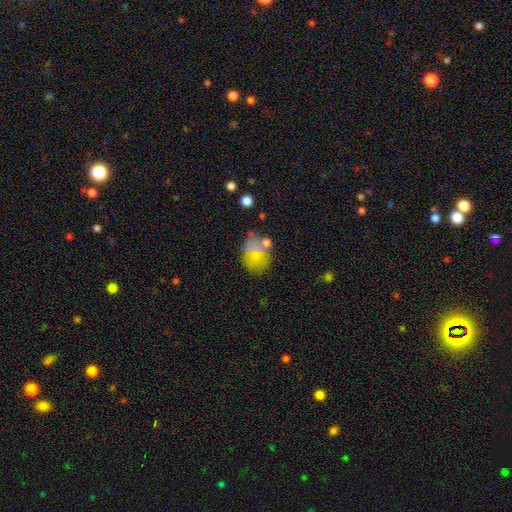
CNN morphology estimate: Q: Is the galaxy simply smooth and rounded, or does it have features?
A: smooth — 61%.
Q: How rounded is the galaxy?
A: in between — 58%.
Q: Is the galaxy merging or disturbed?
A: none — 55%.